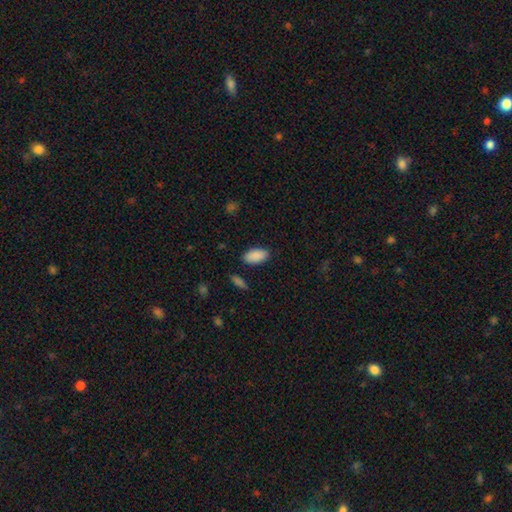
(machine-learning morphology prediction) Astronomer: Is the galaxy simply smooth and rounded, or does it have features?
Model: smooth — 90%.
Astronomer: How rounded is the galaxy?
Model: in between — 94%.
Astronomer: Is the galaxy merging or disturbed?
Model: none — 86%.